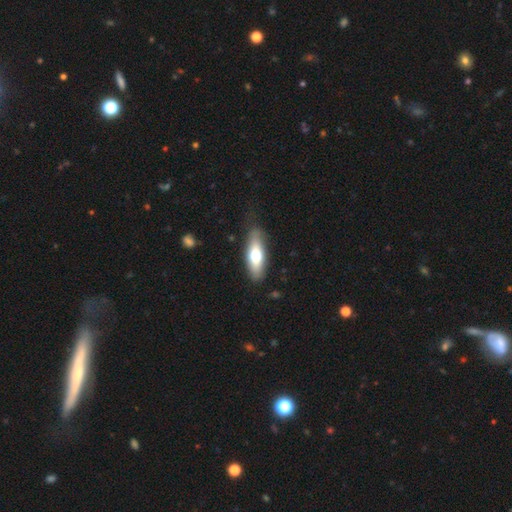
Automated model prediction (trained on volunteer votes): The model was most divided on "how rounded": in between: 61%, cigar-shaped: 37%, round: 2%. More confident: merging — none (81%); smooth or featured — smooth (64%).